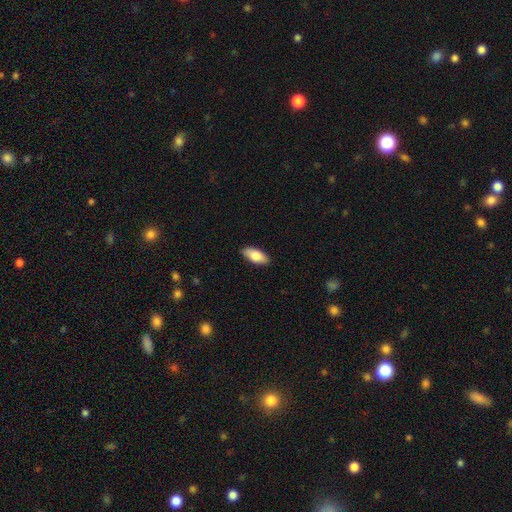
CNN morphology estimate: Smooth or featured? smooth (82%)
How rounded? in between (87%)
Merging? none (89%)